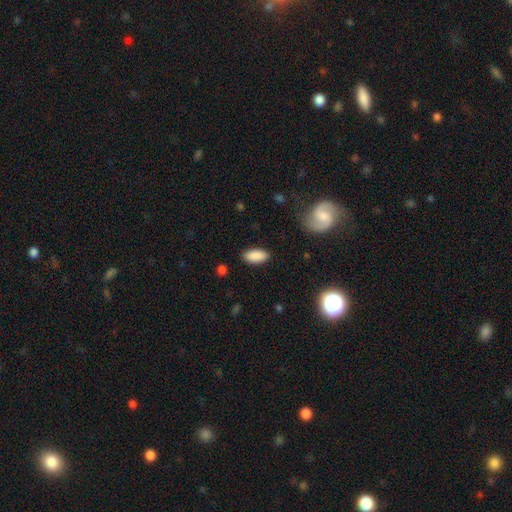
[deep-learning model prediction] smooth-or-featured: smooth: 89% | star or artifact: 7% | featured or disk: 5%
  how-rounded: in between: 90% | cigar-shaped: 8% | round: 2%
  merging: none: 87% | minor disturbance: 9% | major disturbance: 2% | merger: 1%